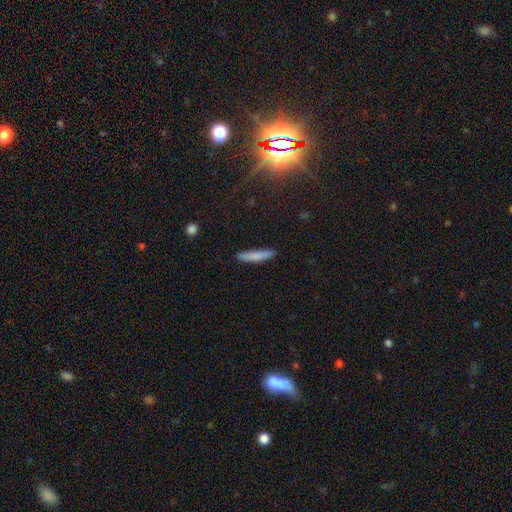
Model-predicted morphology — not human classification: Smooth or featured? Predicted: smooth (p=0.79). How rounded? Predicted: cigar-shaped (p=0.90). Merging? Predicted: none (p=0.86).